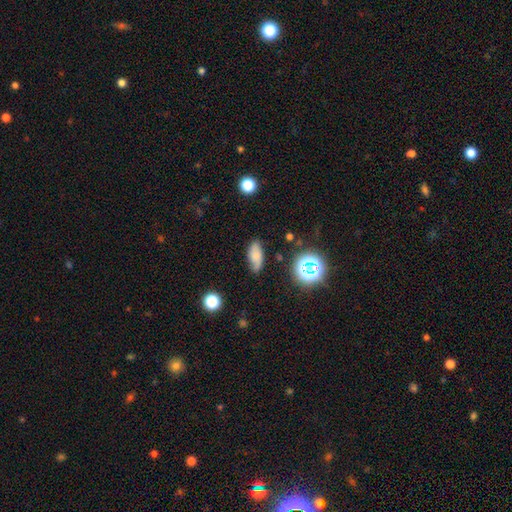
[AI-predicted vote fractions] Morphology: type=smooth (60%); roundness=in between (83%); merging=none (69%).